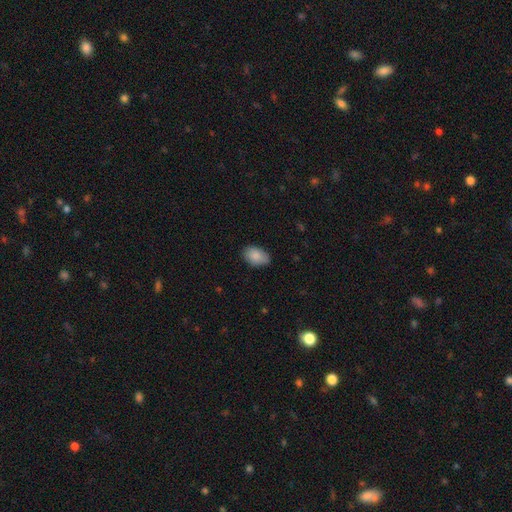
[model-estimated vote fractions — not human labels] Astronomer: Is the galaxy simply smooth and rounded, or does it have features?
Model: smooth — 88%.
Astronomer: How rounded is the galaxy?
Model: in between — 89%.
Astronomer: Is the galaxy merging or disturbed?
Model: none — 80%.